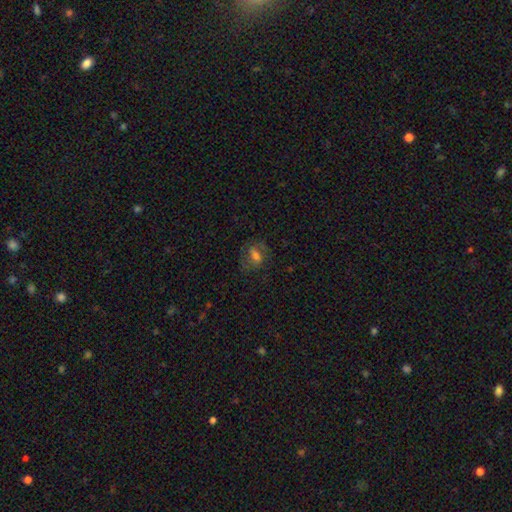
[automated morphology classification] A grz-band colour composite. It shows a smooth galaxy with no disk features (54%) that is in between round and cigar-shaped (72%). Merging: none (65%).